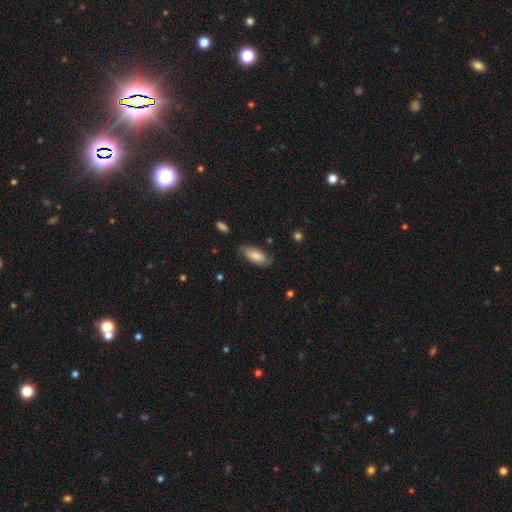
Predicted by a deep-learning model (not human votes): Smooth or featured? Predicted: smooth (p=0.76). How rounded? Predicted: in between (p=0.85). Merging? Predicted: none (p=0.74).